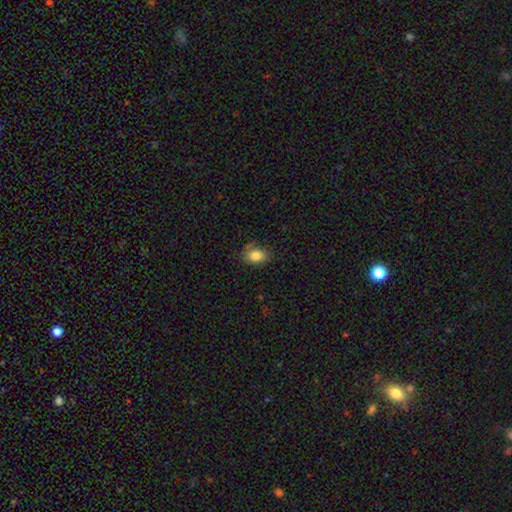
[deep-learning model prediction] This appears to be a smooth galaxy with no disk features (83%) that is in between round and cigar-shaped (77%). Merging: none (73%).